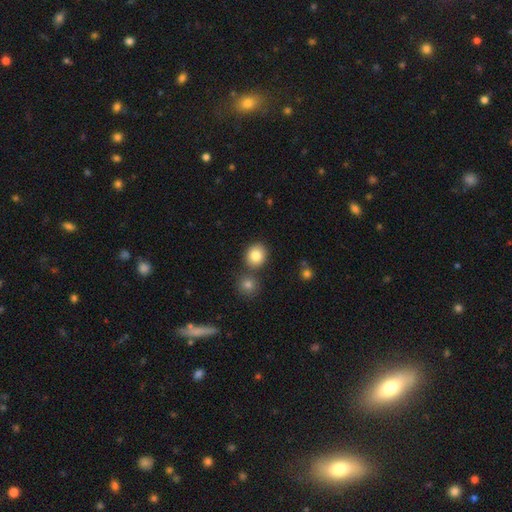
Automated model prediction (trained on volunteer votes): A smooth galaxy with no disk features (84%) that is round (75%).

Vote fractions:
- Smooth or featured? smooth: 84% / star or artifact: 10% / featured or disk: 7%
- How rounded? round: 75% / in between: 24% / cigar-shaped: 1%
- Merging? none: 73% / merger: 16% / minor disturbance: 9% / major disturbance: 3%